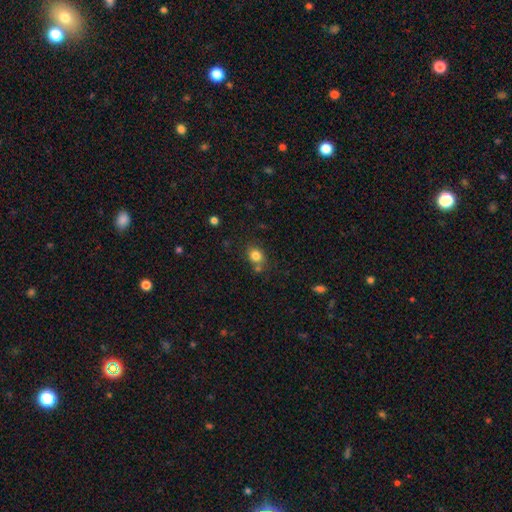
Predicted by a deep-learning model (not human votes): Smooth or featured?
  - smooth: 81% *
  - star or artifact: 12%
  - featured or disk: 7%
How rounded?
  - round: 63% *
  - in between: 36%
  - cigar-shaped: 1%
Merging?
  - none: 65% *
  - merger: 17%
  - minor disturbance: 14%
  - major disturbance: 4%